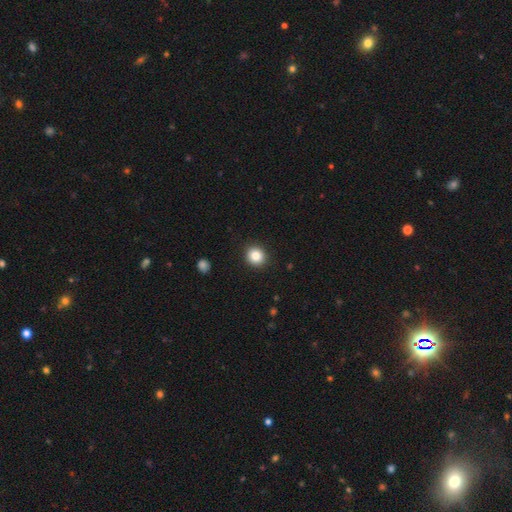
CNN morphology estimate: A smooth galaxy with no disk features (83%) that is round (87%).

Vote fractions:
- Smooth or featured? smooth: 83% / star or artifact: 10% / featured or disk: 7%
- How rounded? round: 87% / in between: 12% / cigar-shaped: 1%
- Merging? none: 92% / minor disturbance: 5% / major disturbance: 2% / merger: 1%